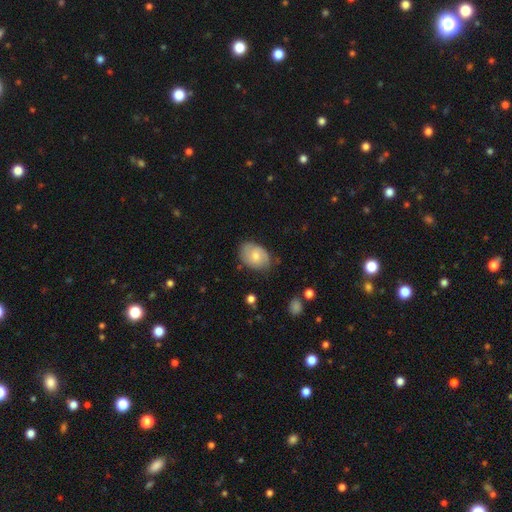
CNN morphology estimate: smooth 61%, featured or disk 32%, star or artifact 7%. Down the decision tree: how rounded — in between (78%); merging — none (70%).